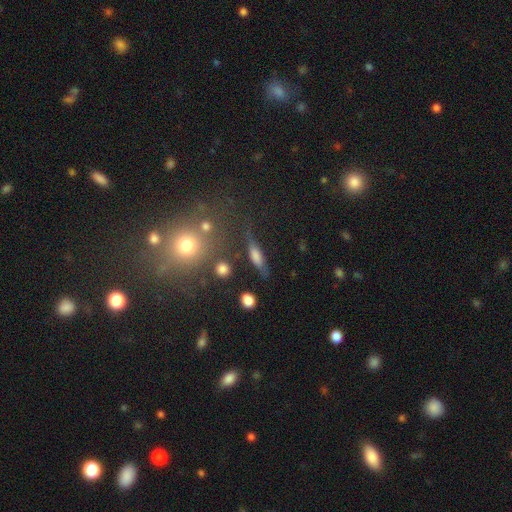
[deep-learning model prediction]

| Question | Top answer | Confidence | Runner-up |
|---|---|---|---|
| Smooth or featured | smooth | 51% | featured or disk (36%) |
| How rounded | cigar-shaped | 56% | in between (35%) |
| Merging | none | 71% | minor disturbance (17%) |